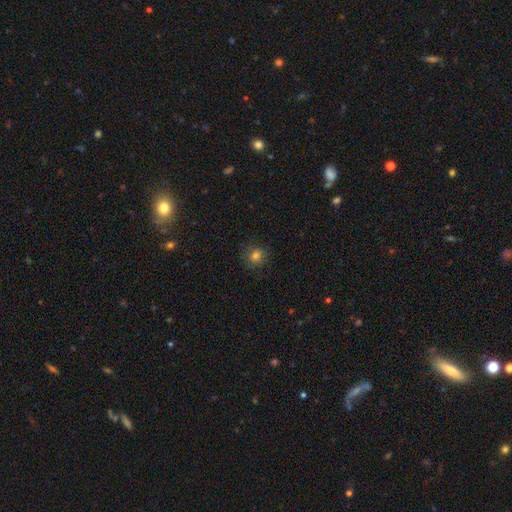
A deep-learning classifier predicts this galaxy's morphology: Smooth or featured? smooth (79%)
How rounded? round (78%)
Merging? none (83%)